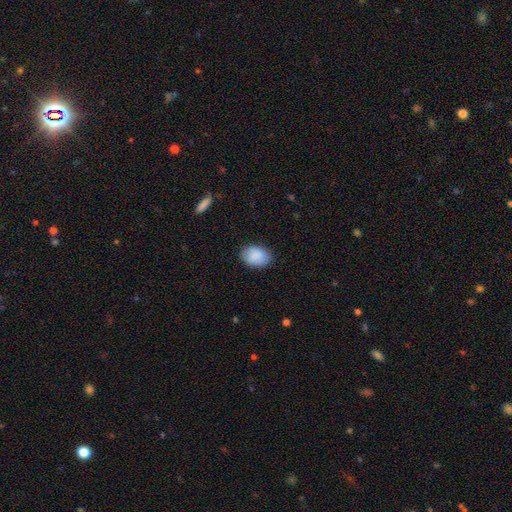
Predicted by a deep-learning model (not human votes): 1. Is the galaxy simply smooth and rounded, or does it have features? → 89% smooth, 6% star or artifact, 5% featured or disk.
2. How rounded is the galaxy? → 77% in between, 22% round, 1% cigar-shaped.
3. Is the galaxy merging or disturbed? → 84% none, 12% minor disturbance, 3% major disturbance, 1% merger.